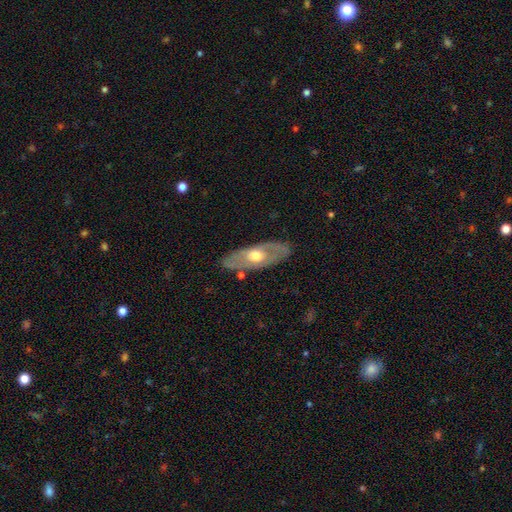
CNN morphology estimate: The model was most divided on "smooth or featured": featured or disk: 58%, smooth: 37%, star or artifact: 5%. More confident: merging — none (80%); edge-on disk — no (72%).